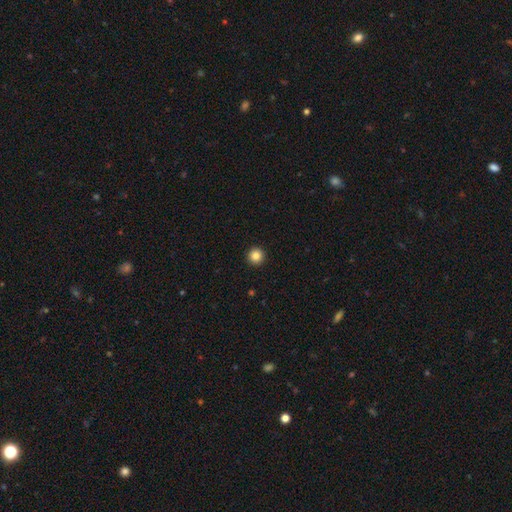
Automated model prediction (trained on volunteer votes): A smooth galaxy with no disk features (86%) that is round (97%). Merging: none (94%).